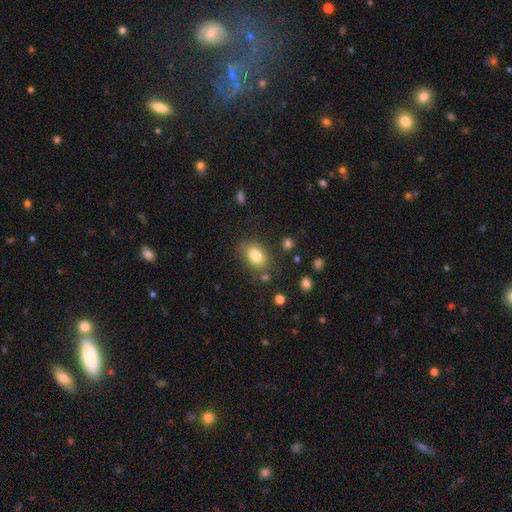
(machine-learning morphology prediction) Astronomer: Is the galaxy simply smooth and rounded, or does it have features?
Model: smooth — 81%.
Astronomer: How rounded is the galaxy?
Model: in between — 80%.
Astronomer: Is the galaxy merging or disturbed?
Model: none — 75%.